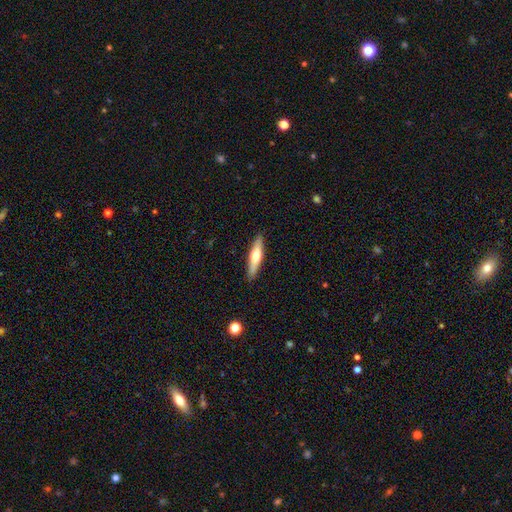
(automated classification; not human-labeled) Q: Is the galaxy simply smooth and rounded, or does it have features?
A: smooth — 51%.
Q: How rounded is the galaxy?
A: cigar-shaped — 78%.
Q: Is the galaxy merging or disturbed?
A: none — 90%.